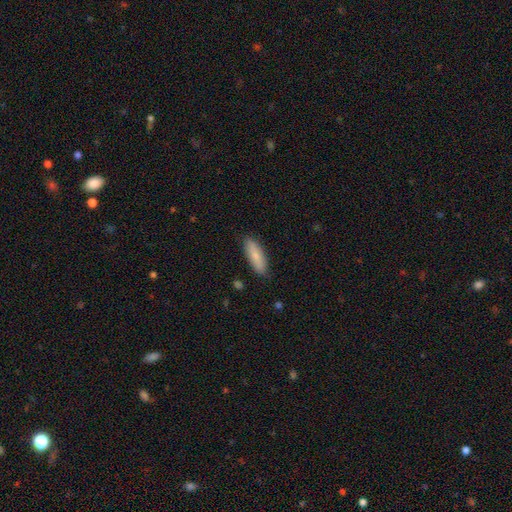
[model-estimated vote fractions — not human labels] A smooth galaxy with no disk features (75%) that is in between round and cigar-shaped (54%).

Vote fractions:
- Smooth or featured? smooth: 75% / featured or disk: 20% / star or artifact: 6%
- How rounded? in between: 54% / cigar-shaped: 44% / round: 2%
- Merging? none: 85% / minor disturbance: 11% / major disturbance: 2% / merger: 1%